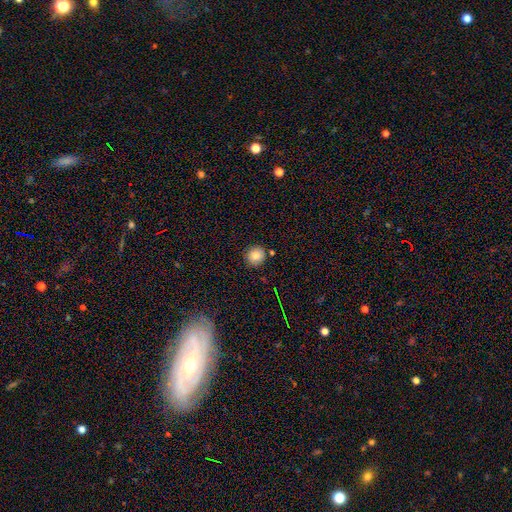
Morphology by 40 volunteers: type=smooth (90%); roundness=round (100%); merging=none (82%).